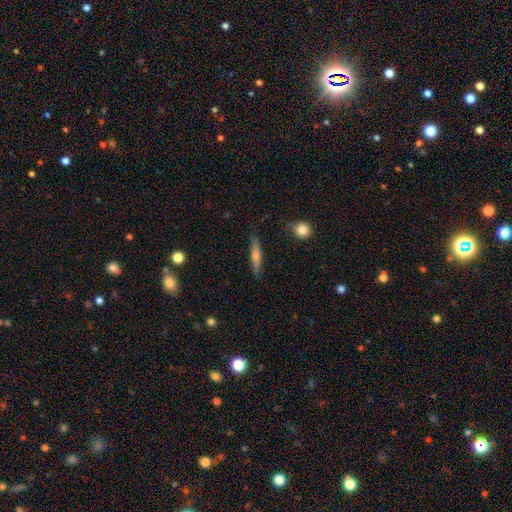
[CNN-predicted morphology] smooth-or-featured: smooth: 47% | featured or disk: 46% | star or artifact: 8%
  merging: none: 84% | minor disturbance: 12% | major disturbance: 3% | merger: 2%